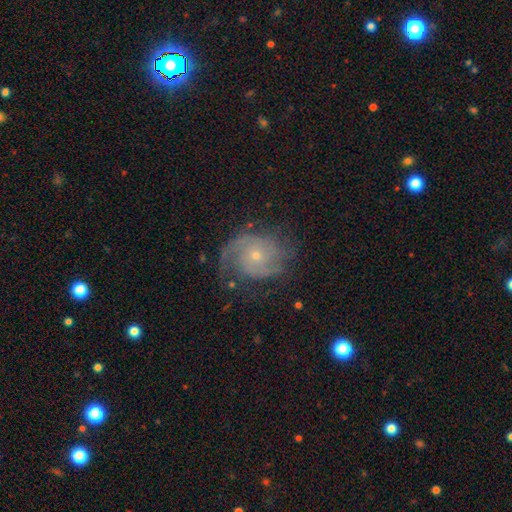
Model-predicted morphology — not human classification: The model was most divided on "spiral winding": medium: 43%, tight: 38%, loose: 19%. Remaining: edge-on disk — no (98%); spiral arms — yes (94%); smooth or featured — featured or disk (81%); bar — no (76%); bulge size — small (74%); merging — none (64%); spiral arm count — 2 (49%).